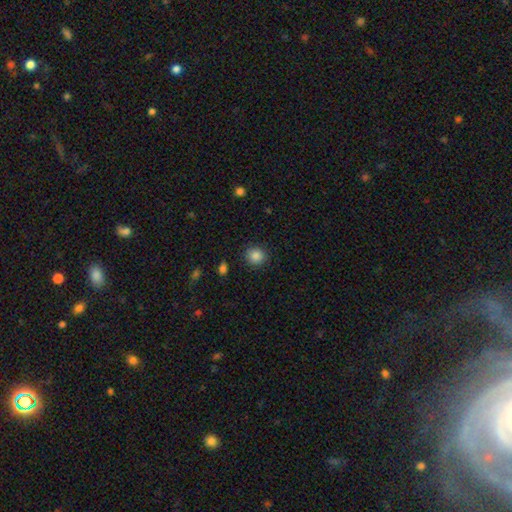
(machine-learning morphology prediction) Overall: smooth (86%). How rounded: round (88%). Merging: none (90%).